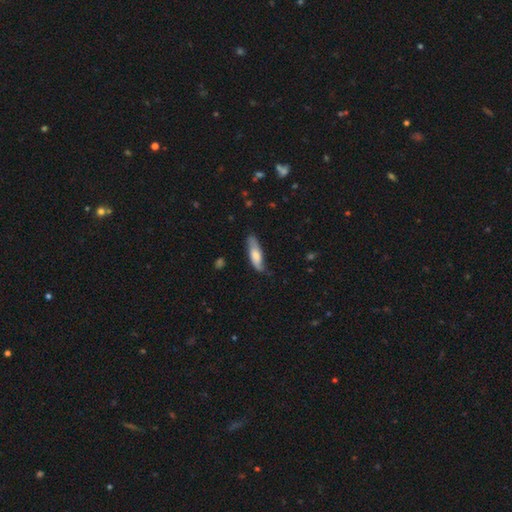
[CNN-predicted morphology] Smooth or featured: smooth — 65% (featured or disk — 29%)
How rounded: cigar-shaped — 55% (in between — 43%)
Merging: none — 70% (minor disturbance — 24%)